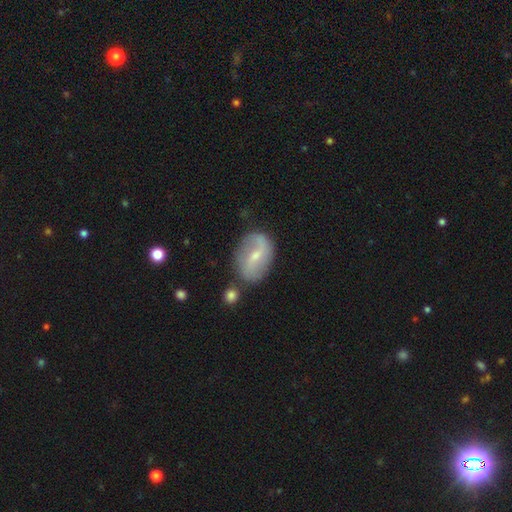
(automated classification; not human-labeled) smooth-or-featured: featured or disk: 69% | smooth: 25% | star or artifact: 7%
  disk-edge-on: no: 95% | yes: 5%
    bar: weak: 48% | strong: 30% | no: 23%
    has-spiral-arms: yes: 80% | no: 20%
      spiral-winding: loose: 61% | medium: 28% | tight: 11%
      spiral-arm-count: 2: 85% | can't tell: 8% | 1: 4% | 3: 1% | 4: 1% | more than 4: 1%
    bulge-size: small: 59% | moderate: 35% | none: 3% | large: 2% | dominant: 1%
  merging: none: 71% | minor disturbance: 18% | merger: 6% | major disturbance: 5%